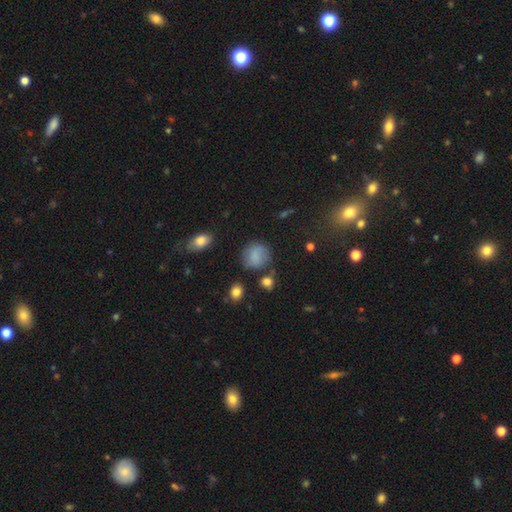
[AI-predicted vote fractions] Smooth or featured? smooth (79%)
How rounded? round (80%)
Merging? none (70%)